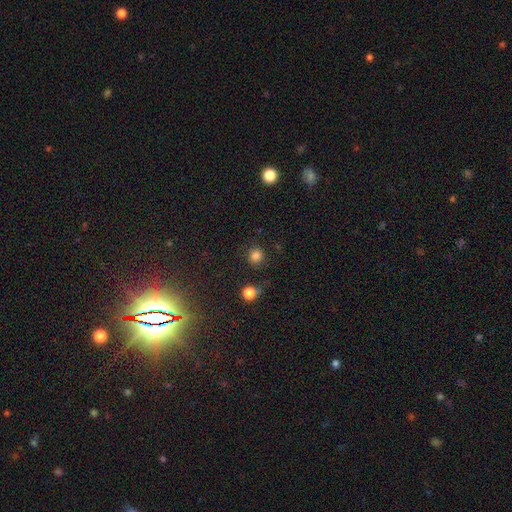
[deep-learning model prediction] Smooth or featured? Predicted: smooth (p=0.83). How rounded? Predicted: round (p=0.91). Merging? Predicted: none (p=0.82).